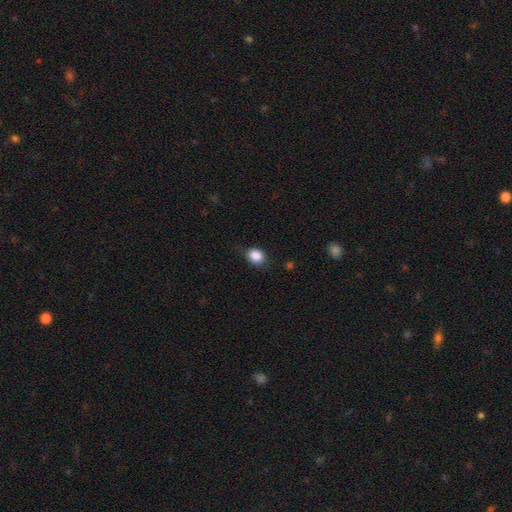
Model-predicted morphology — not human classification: The model was most divided on "how rounded": round: 53%, in between: 46%, cigar-shaped: 1%. More confident: smooth or featured — smooth (87%); merging — none (75%).